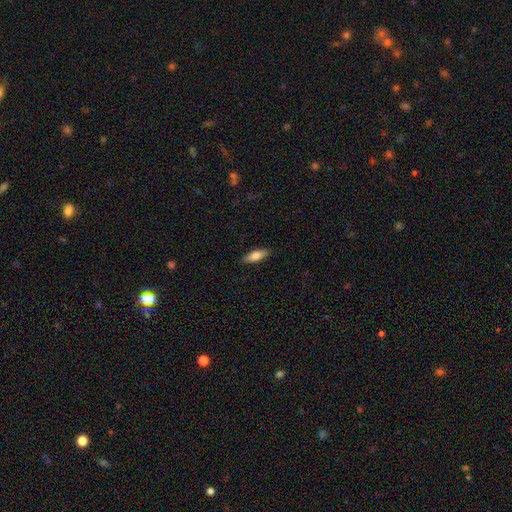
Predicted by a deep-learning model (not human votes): This is likely a smooth galaxy (75%). How rounded: likely in between (61%). Merging: clearly none (88%).